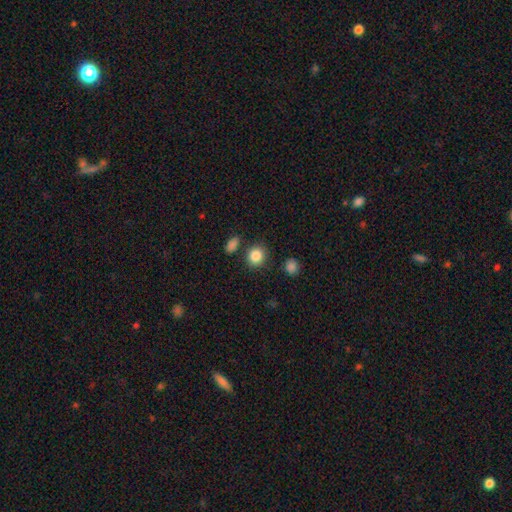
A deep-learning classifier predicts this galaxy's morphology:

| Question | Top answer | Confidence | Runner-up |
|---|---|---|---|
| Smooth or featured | smooth | 86% | star or artifact (9%) |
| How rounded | round | 80% | in between (19%) |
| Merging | none | 82% | minor disturbance (9%) |